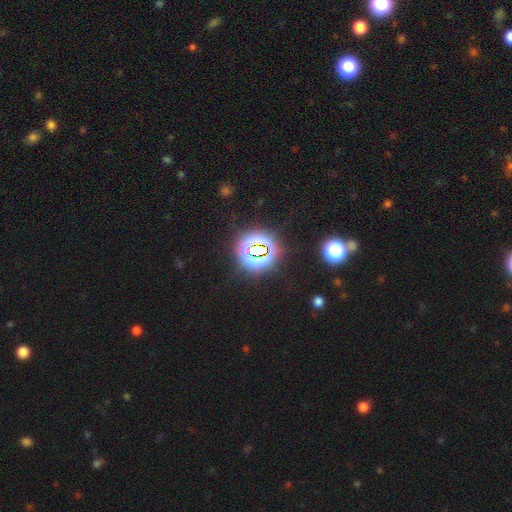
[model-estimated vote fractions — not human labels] Overall: star or artifact (78%).